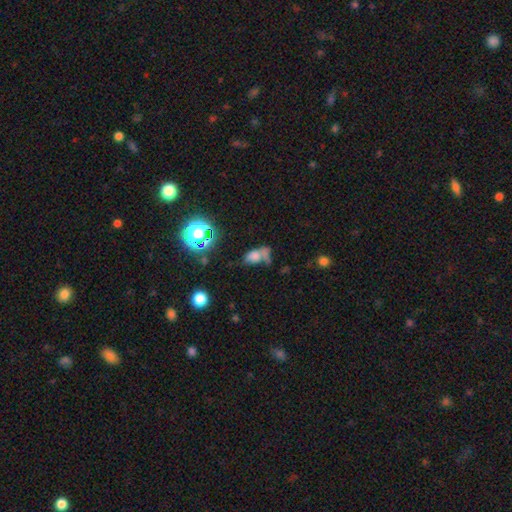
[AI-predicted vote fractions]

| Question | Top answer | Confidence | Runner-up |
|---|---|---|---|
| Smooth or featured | smooth | 60% | star or artifact (22%) |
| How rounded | in between | 75% | round (20%) |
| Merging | merger | 32% | none (28%) |